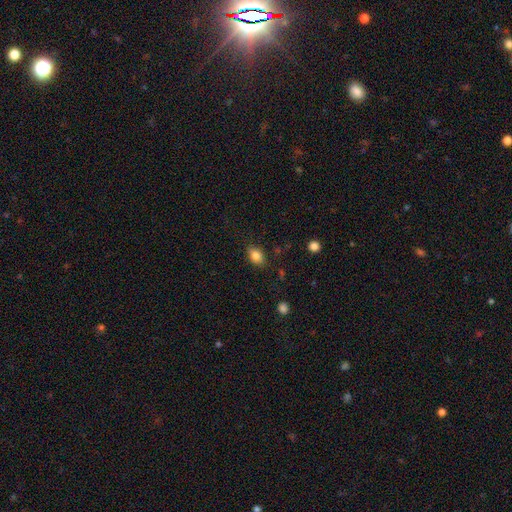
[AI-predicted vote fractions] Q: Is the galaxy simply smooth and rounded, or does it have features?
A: smooth — 84%.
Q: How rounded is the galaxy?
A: in between — 79%.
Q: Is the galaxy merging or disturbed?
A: none — 83%.